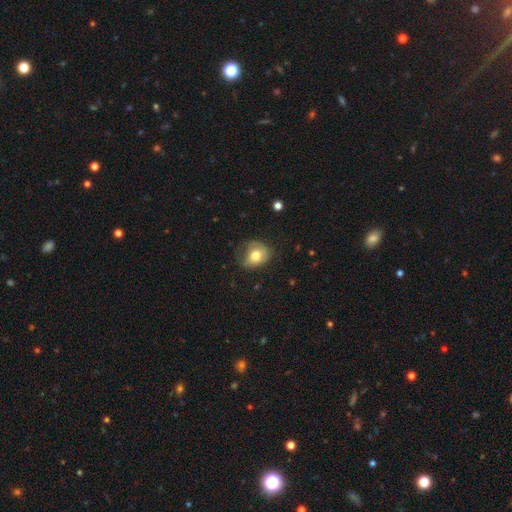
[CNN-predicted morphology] smooth-or-featured: smooth: 72% | featured or disk: 19% | star or artifact: 8%
  how-rounded: round: 54% | in between: 45% | cigar-shaped: 1%
  merging: none: 50% | minor disturbance: 33% | major disturbance: 16% | merger: 2%